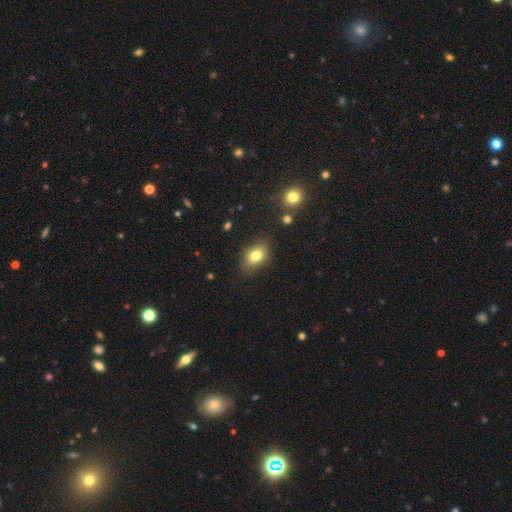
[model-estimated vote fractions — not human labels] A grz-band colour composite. It shows a smooth galaxy with no disk features (79%) that is in between round and cigar-shaped (76%). Merging: none (81%).